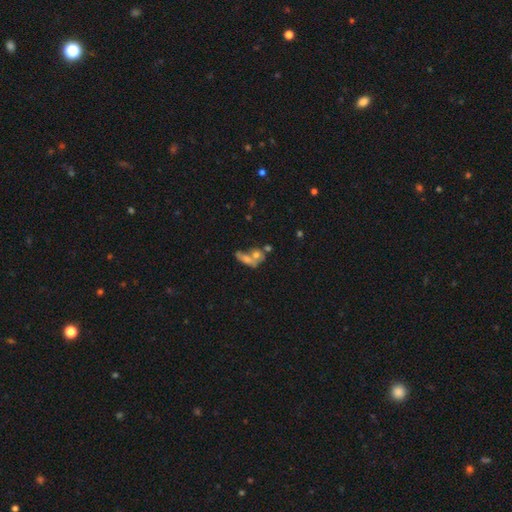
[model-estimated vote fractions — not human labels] smooth 56%, featured or disk 30%, star or artifact 14%. Down the decision tree: how rounded — in between (65%); merging — merger (52%).